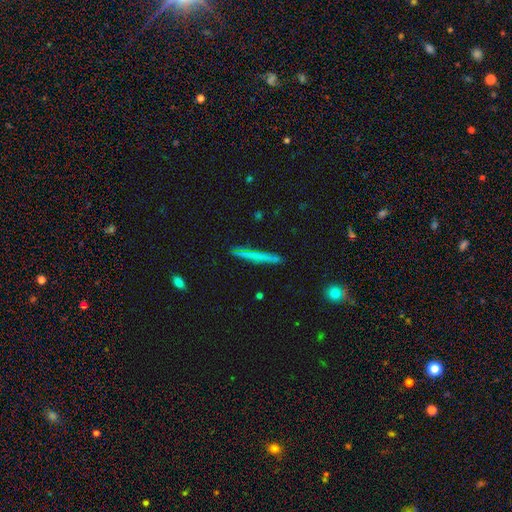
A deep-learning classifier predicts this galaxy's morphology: type=smooth (58%); roundness=cigar-shaped (96%); merging=none (90%).